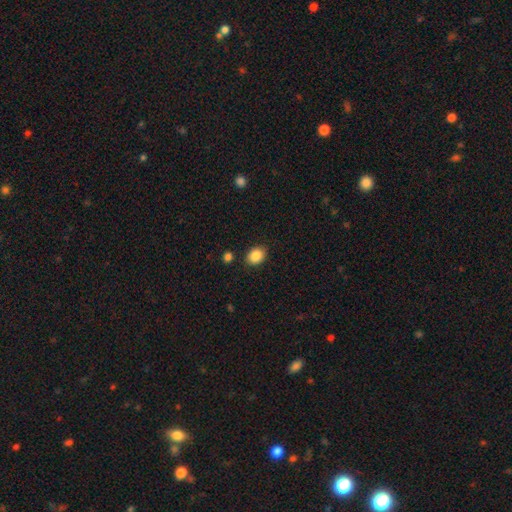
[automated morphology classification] The model was most divided on "how rounded": in between: 60%, round: 40%, cigar-shaped: 1%. More confident: smooth or featured — smooth (87%); merging — none (86%).